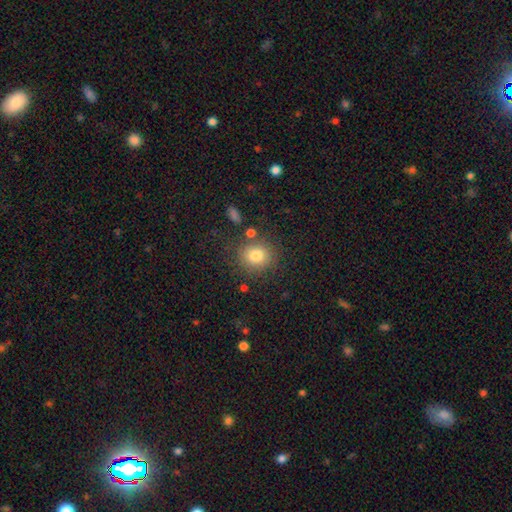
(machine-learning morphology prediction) type=smooth (80%); roundness=round (81%); merging=none (79%).